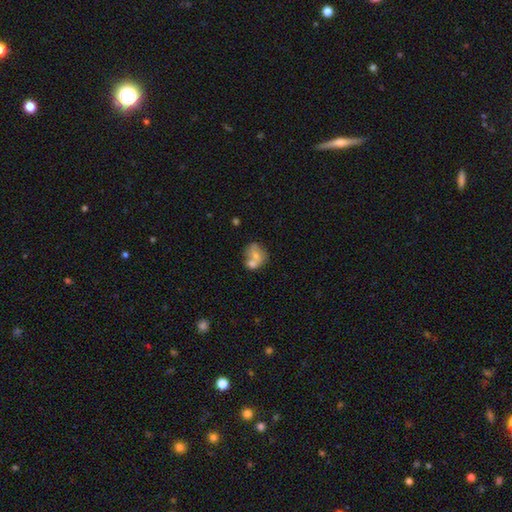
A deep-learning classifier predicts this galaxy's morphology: smooth 59%, featured or disk 30%, star or artifact 11%. Down the decision tree: how rounded — round (62%); merging — merger (47%).